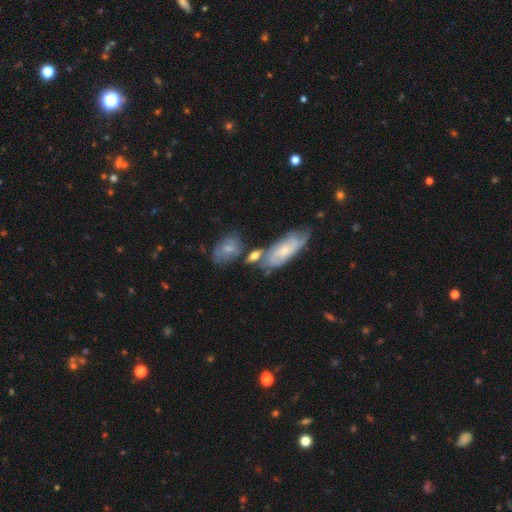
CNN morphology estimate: A featured or disk galaxy (53%). Merging: none (56%).